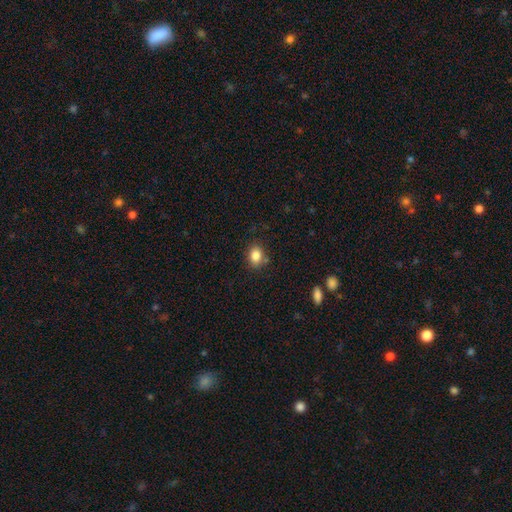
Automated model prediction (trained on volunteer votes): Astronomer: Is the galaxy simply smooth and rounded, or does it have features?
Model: smooth — 84%.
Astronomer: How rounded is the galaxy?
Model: in between — 65%.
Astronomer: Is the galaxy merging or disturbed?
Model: none — 80%.